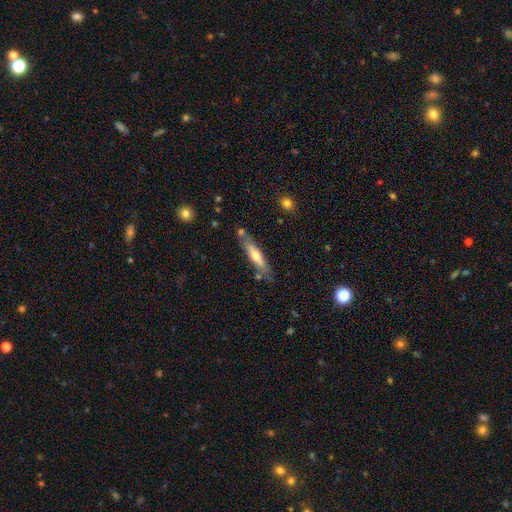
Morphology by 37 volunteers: Smooth or featured? 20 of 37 (54%) said featured or disk. Edge-on disk? 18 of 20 (90%) said yes. Edge-on bulge? 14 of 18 (78%) said rounded. Merging? 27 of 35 (77%) said none.